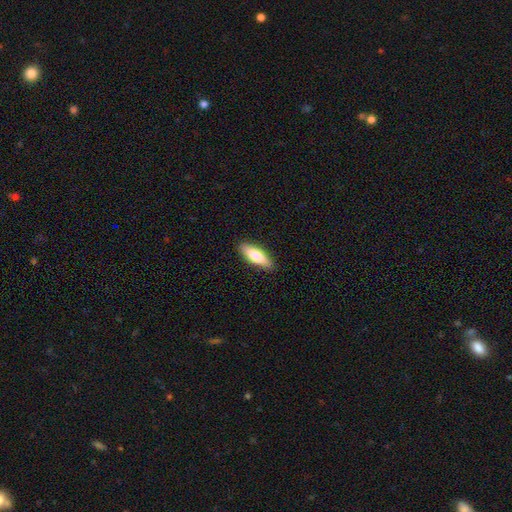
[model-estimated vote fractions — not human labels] Overall: smooth (73%). How rounded: in between (56%; cigar-shaped 42%). Merging: none (88%).